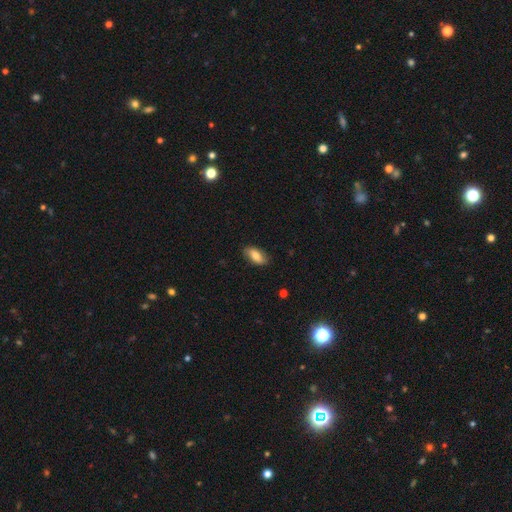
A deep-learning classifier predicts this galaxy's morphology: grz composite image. It shows a smooth galaxy with no disk features (69%) that is in between round and cigar-shaped (88%). Merging: none (83%).